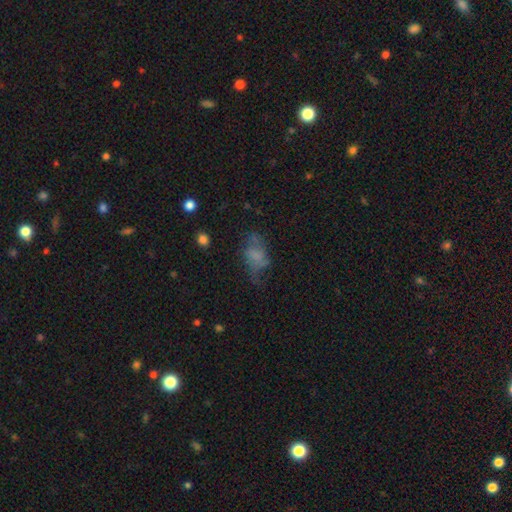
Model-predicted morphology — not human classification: This is possibly a smooth galaxy (52%). How rounded: clearly in between (83%). Merging: marginally none (37%).